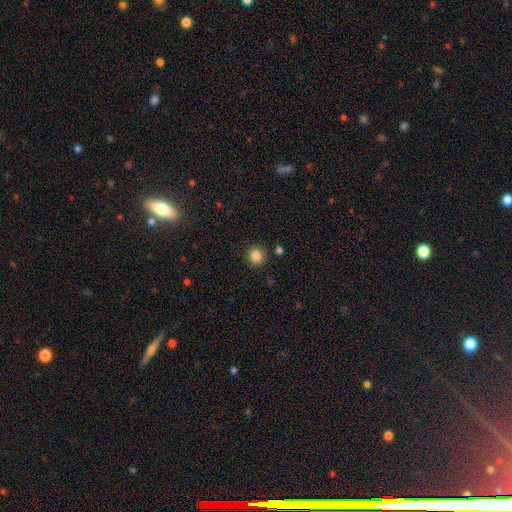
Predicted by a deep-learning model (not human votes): Smooth or featured: smooth — 85% (star or artifact — 11%)
How rounded: round — 90% (in between — 9%)
Merging: none — 88% (minor disturbance — 7%)